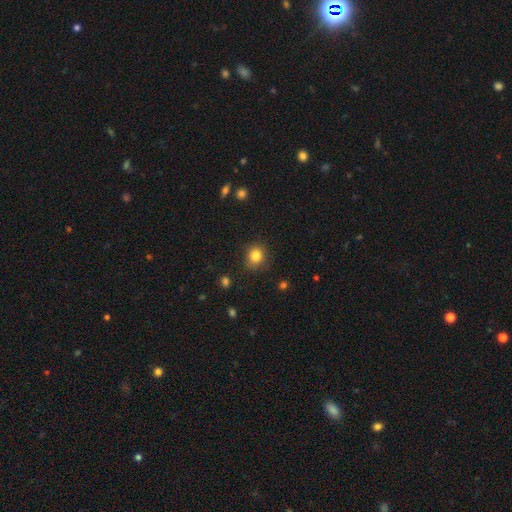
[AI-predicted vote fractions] This appears to be a smooth galaxy with no disk features (84%) that is round (76%). Merging: none (83%).